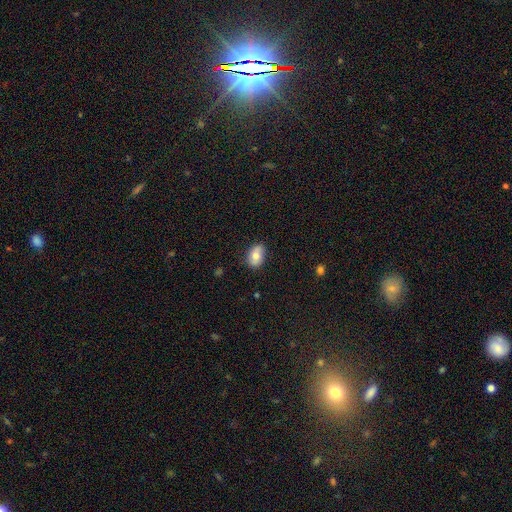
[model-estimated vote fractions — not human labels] This is likely a smooth galaxy (70%). How rounded: clearly in between (81%). Merging: likely none (80%).